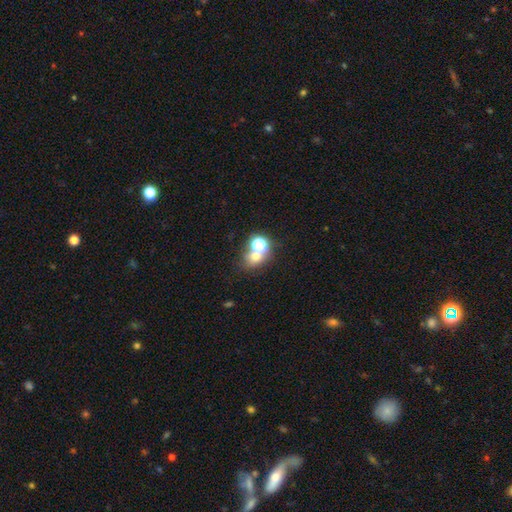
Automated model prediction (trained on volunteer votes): Overall: smooth (59%; star or artifact 28%). How rounded: round (62%; in between 37%). Merging: none (46%; merger 39%).